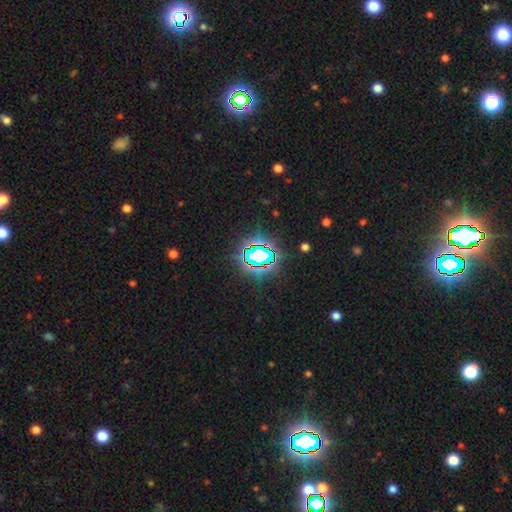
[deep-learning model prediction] Smooth or featured? star or artifact (72%)